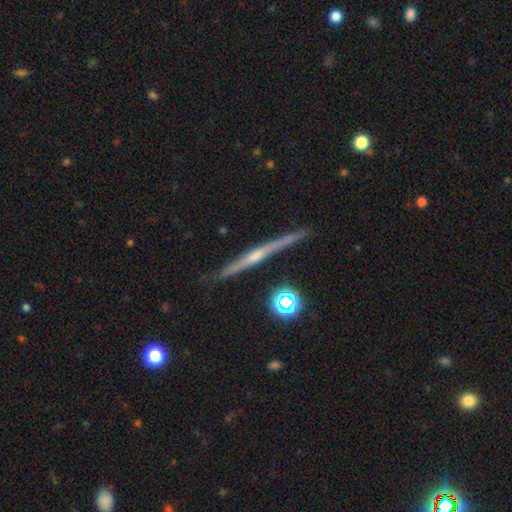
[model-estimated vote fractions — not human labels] Overall: featured or disk (80%). Edge-on disk: yes (98%). Edge-on bulge: rounded (67%). Merging: none (89%).